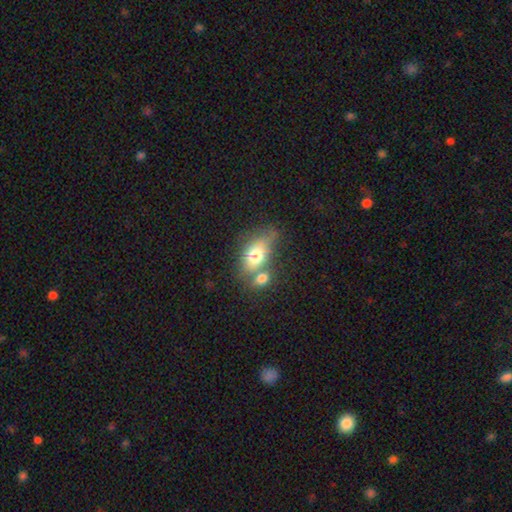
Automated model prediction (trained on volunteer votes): This appears to be a smooth galaxy with no disk features (69%) that is in between round and cigar-shaped (83%). Merging: merger (44%).